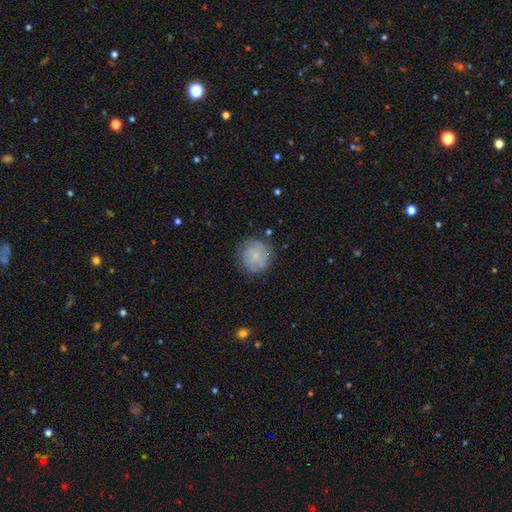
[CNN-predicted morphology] smooth_or_featured: smooth (p=0.47) [alt: featured or disk p=0.45]
merging: none (p=0.79) [alt: minor disturbance p=0.15]